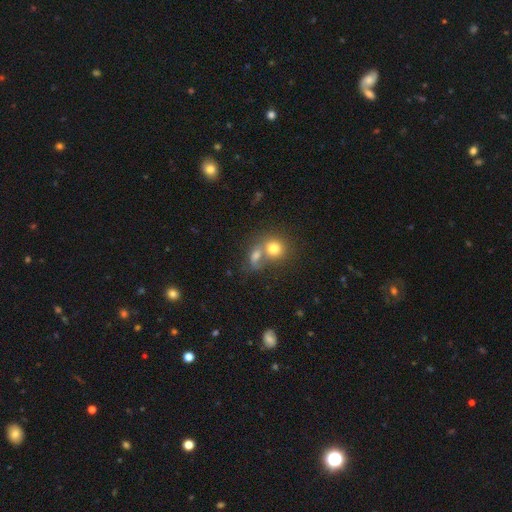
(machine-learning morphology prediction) smooth 71%, featured or disk 16%, star or artifact 13%. Down the decision tree: how rounded — in between (49%); merging — merger (56%).